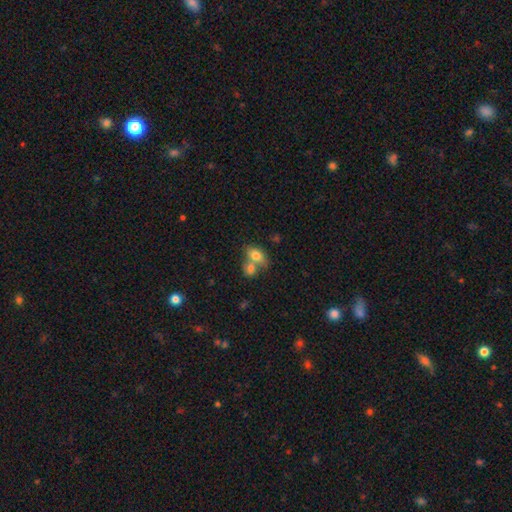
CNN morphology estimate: Smooth or featured? smooth (76%)
How rounded? in between (80%)
Merging? merger (57%)